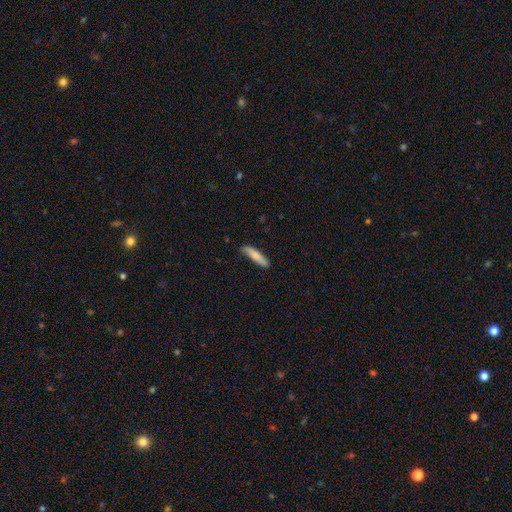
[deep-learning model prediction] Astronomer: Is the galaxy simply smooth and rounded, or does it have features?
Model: smooth — 78%.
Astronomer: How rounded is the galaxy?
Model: cigar-shaped — 82%.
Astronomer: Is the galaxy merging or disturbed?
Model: none — 81%.